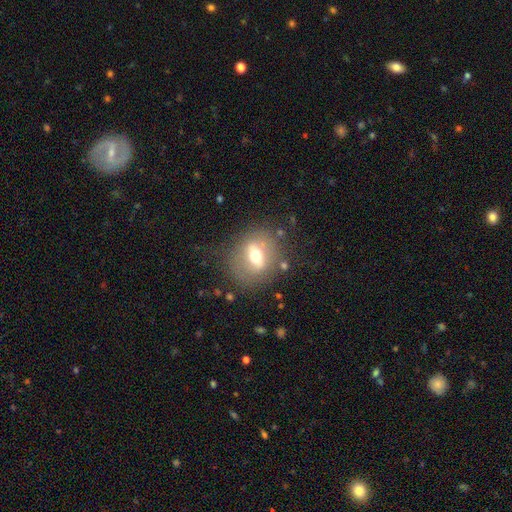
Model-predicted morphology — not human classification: Q: Smooth or featured?
A: featured or disk (47%); runner-up: smooth (43%)
Q: Merging?
A: none (74%); runner-up: minor disturbance (15%)